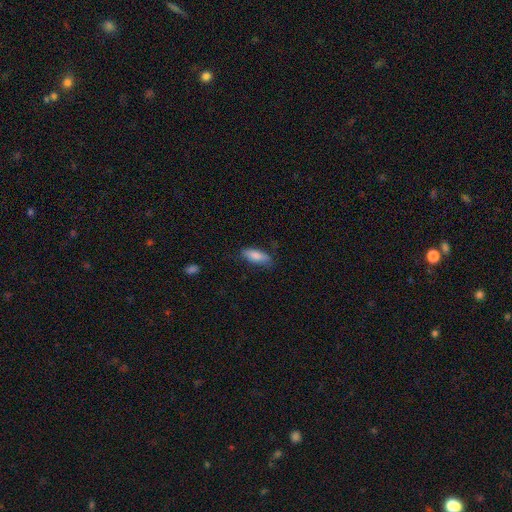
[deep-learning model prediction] A smooth galaxy with no disk features (83%) that is in between round and cigar-shaped (69%). Merging: none (77%).